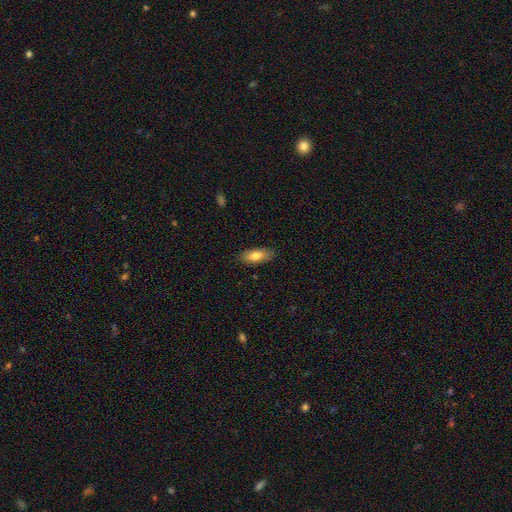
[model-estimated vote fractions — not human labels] This is likely a smooth galaxy (78%). How rounded: clearly in between (82%). Merging: clearly none (87%).